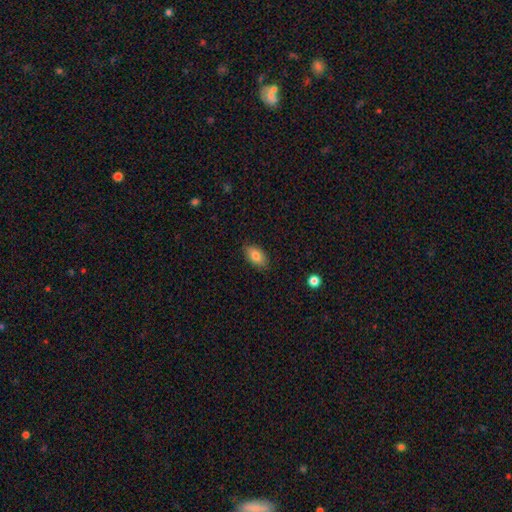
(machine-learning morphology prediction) Smooth or featured? Predicted: smooth (p=0.82). How rounded? Predicted: in between (p=0.91). Merging? Predicted: none (p=0.85).